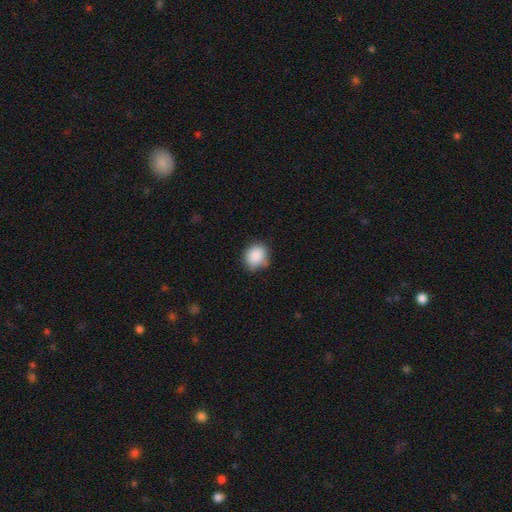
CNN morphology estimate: Smooth or featured? smooth (88%)
How rounded? round (65%)
Merging? none (73%)